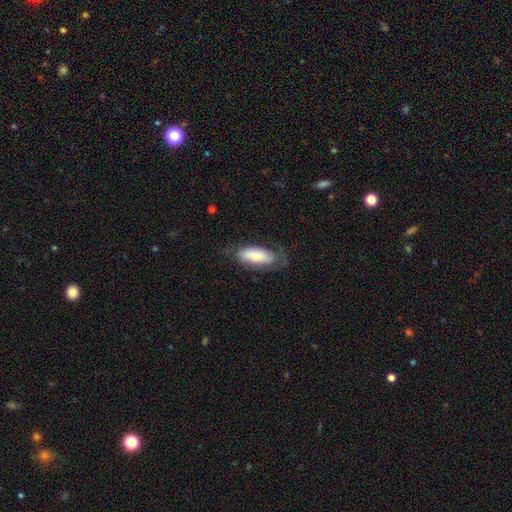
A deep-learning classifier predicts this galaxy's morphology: Smooth or featured?
  - smooth: 66% *
  - featured or disk: 28%
  - star or artifact: 6%
How rounded?
  - in between: 79% *
  - cigar-shaped: 19%
  - round: 2%
Merging?
  - none: 61% *
  - minor disturbance: 25%
  - major disturbance: 13%
  - merger: 1%